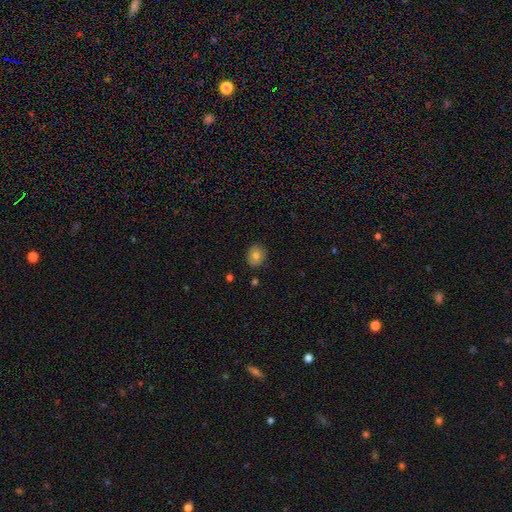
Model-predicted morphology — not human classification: smooth-or-featured: smooth: 77% | featured or disk: 13% | star or artifact: 9%
  how-rounded: round: 70% | in between: 30% | cigar-shaped: 1%
  merging: none: 87% | minor disturbance: 10% | major disturbance: 2% | merger: 1%